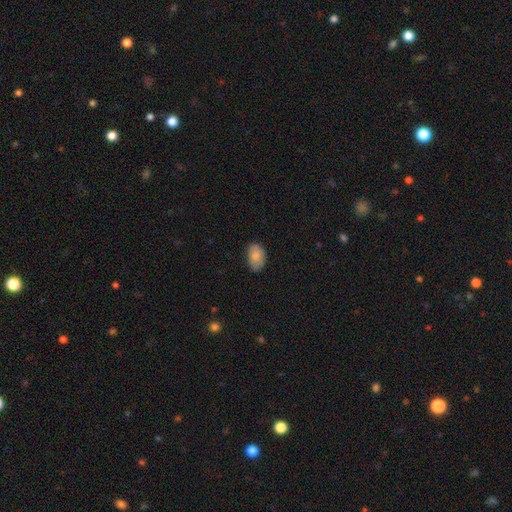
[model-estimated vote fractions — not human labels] Q: Smooth or featured?
A: smooth (83%); runner-up: featured or disk (10%)
Q: How rounded?
A: in between (88%); runner-up: round (11%)
Q: Merging?
A: none (73%); runner-up: minor disturbance (22%)